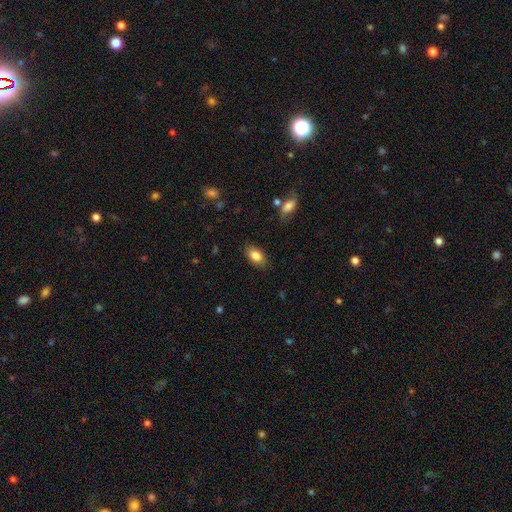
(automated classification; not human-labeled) The model was most divided on "merging": none: 83%, minor disturbance: 13%, major disturbance: 3%, merger: 1%. More confident: how rounded — in between (89%); smooth or featured — smooth (84%).